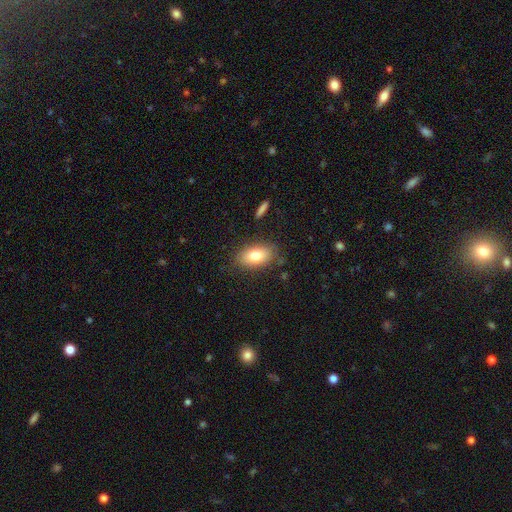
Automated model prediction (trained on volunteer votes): Smooth or featured? smooth (77%)
How rounded? in between (89%)
Merging? none (82%)